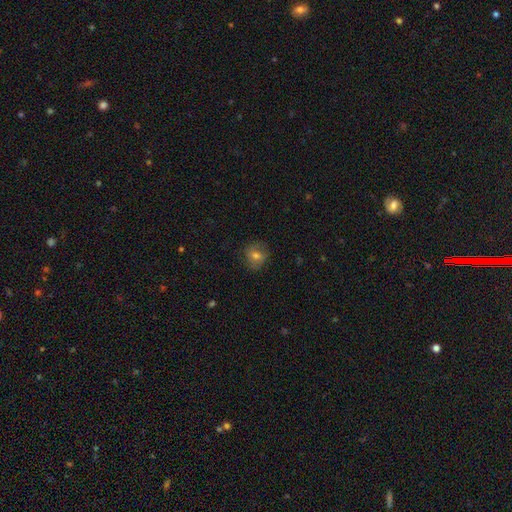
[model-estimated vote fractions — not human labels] A smooth galaxy with no disk features (63%) that is round (77%). Merging: none (78%).